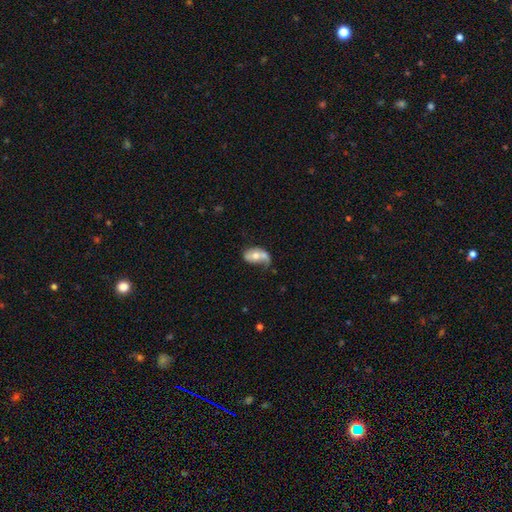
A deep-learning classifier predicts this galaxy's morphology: type=smooth (51%); roundness=in between (86%); merging=none (26%, tied with merger).